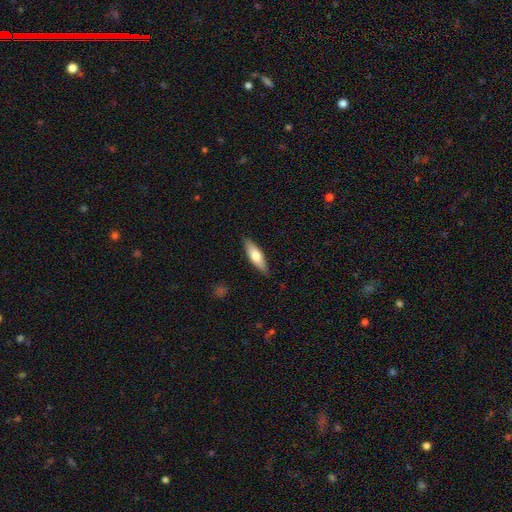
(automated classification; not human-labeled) A smooth galaxy with no disk features (63%) that is cigar-shaped (52%).

Vote fractions:
- Smooth or featured? smooth: 63% / featured or disk: 32% / star or artifact: 5%
- How rounded? cigar-shaped: 52% / in between: 46% / round: 2%
- Merging? none: 87% / minor disturbance: 10% / major disturbance: 2% / merger: 1%